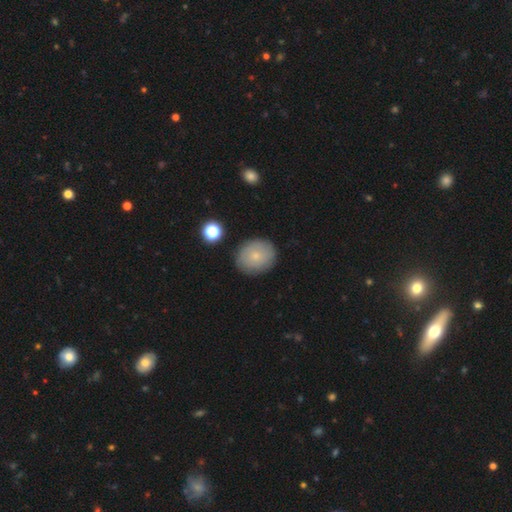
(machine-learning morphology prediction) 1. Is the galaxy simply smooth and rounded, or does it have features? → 70% smooth, 22% featured or disk, 8% star or artifact.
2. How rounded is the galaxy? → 72% round, 27% in between, 1% cigar-shaped.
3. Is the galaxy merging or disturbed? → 85% none, 11% minor disturbance, 3% major disturbance, 2% merger.